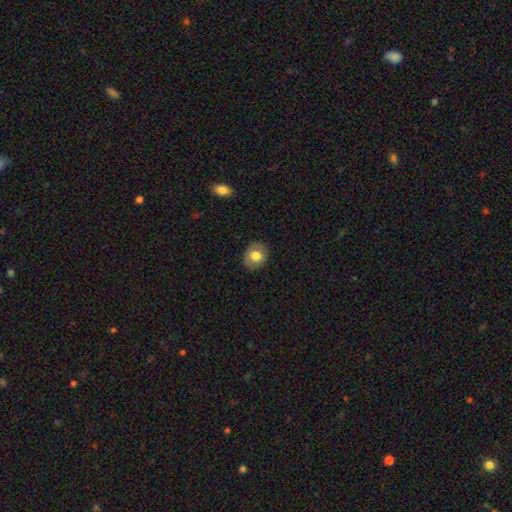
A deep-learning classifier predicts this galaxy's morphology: This appears to be a smooth galaxy with no disk features (74%) that is round (60%). Merging: none (85%).